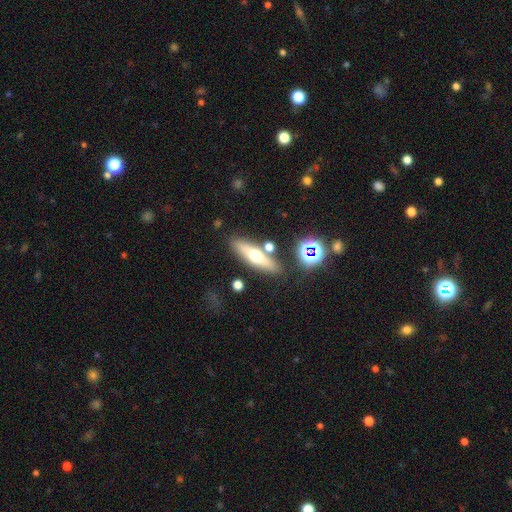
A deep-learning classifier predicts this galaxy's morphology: A smooth galaxy with no disk features (46%). Merging: none (79%).